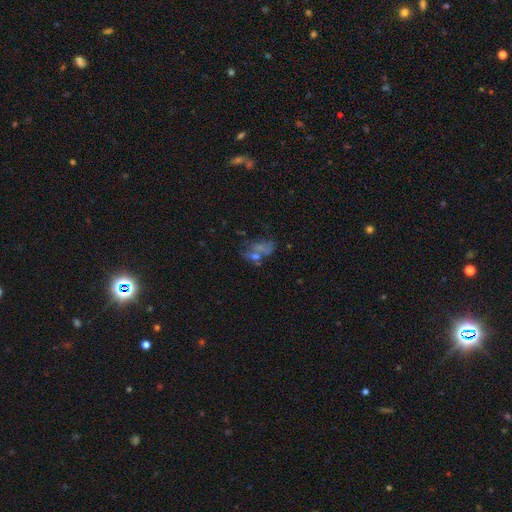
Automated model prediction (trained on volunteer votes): Overall: smooth (36%; featured or disk 34%). Merging: none (40%; merger 24%).